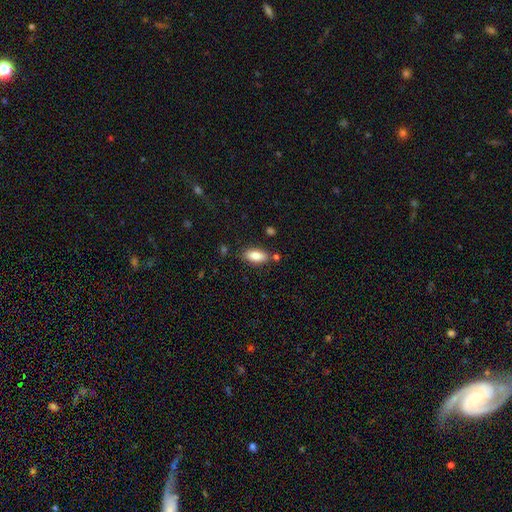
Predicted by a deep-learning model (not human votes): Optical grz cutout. It shows a smooth galaxy with no disk features (84%) that is in between round and cigar-shaped (86%). Merging: none (81%).